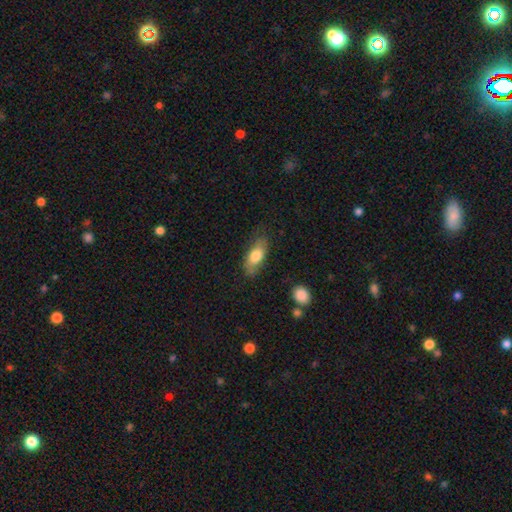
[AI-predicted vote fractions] This appears to be a smooth galaxy with no disk features (74%) that is in between round and cigar-shaped (78%). Merging: none (73%).